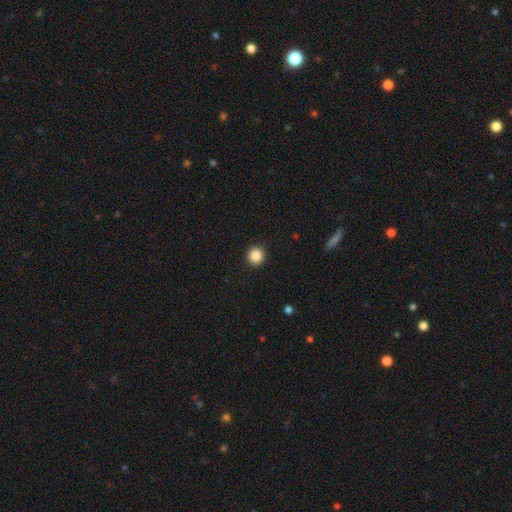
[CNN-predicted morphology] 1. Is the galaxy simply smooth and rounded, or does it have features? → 86% smooth, 10% star or artifact, 4% featured or disk.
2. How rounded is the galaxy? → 93% round, 6% in between, 1% cigar-shaped.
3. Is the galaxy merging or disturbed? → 92% none, 5% minor disturbance, 2% major disturbance, 1% merger.